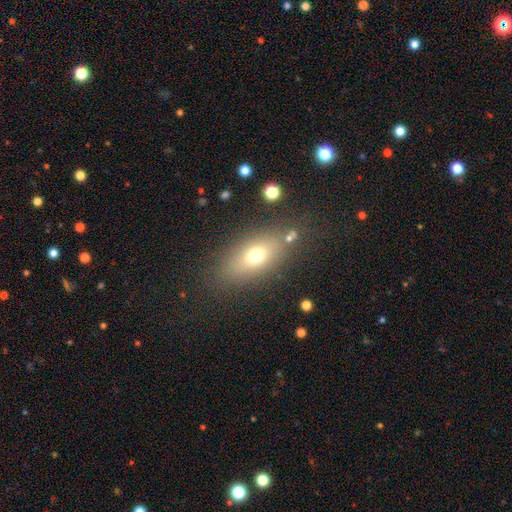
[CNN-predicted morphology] Smooth or featured: smooth — 68% (featured or disk — 20%)
How rounded: in between — 76% (cigar-shaped — 13%)
Merging: none — 78% (minor disturbance — 12%)